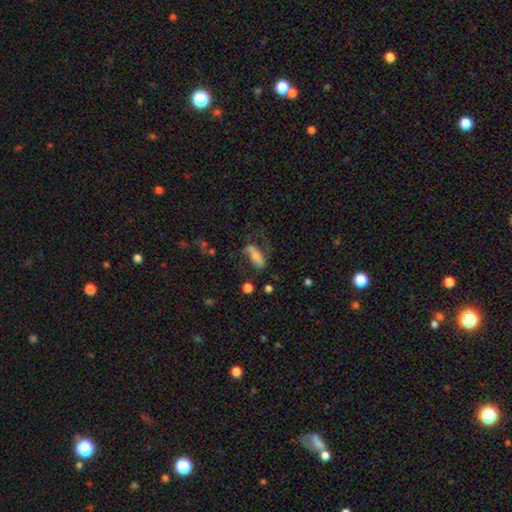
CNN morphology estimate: Smooth or featured? Predicted: smooth (p=0.55). How rounded? Predicted: in between (p=0.68). Merging? Predicted: none (p=0.46).